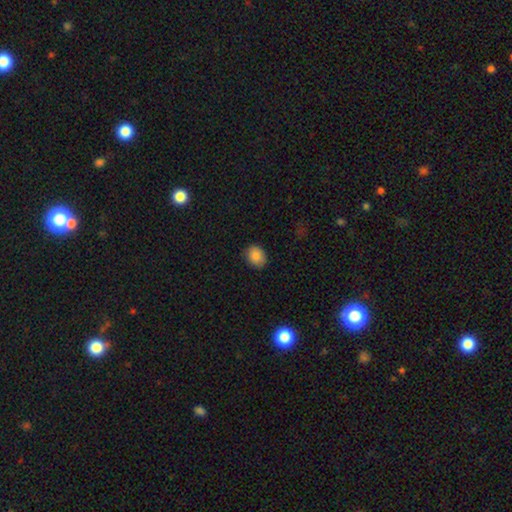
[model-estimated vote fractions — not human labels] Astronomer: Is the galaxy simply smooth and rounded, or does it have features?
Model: smooth — 84%.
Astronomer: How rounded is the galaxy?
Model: in between — 53% (runner-up: round, 47%).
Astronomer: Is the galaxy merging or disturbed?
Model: none — 87%.